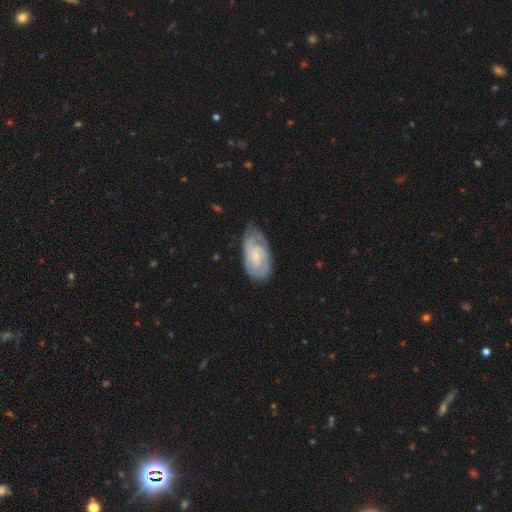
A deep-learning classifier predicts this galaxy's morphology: The model was most divided on "spiral arm count": 2: 48%, can't tell: 25%, 3: 15%, 4: 4%, 1: 4%, more than 4: 3%. More confident: edge-on disk — no (96%); spiral arms — yes (95%); smooth or featured — featured or disk (79%); bulge size — small (73%); merging — none (64%); spiral winding — tight (61%); bar — no (59%).